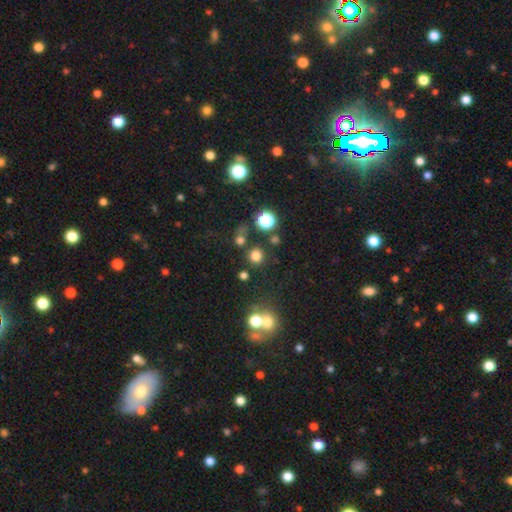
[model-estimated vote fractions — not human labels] Morphology: type=smooth (74%); roundness=round (92%); merging=none (81%).